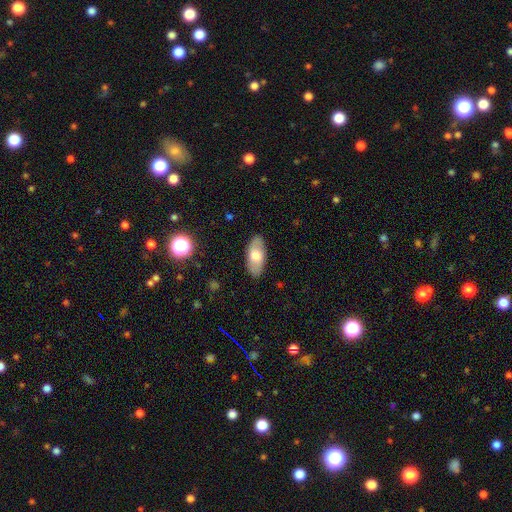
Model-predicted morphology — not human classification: Smooth or featured? smooth (64%)
How rounded? in between (90%)
Merging? none (86%)